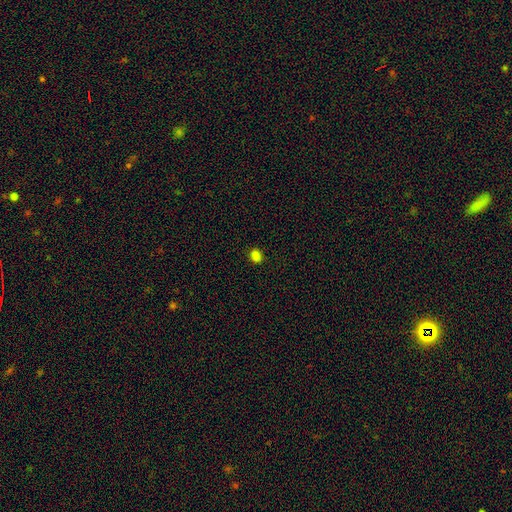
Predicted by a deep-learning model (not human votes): Morphology: type=smooth (83%); roundness=in between (54%); merging=none (89%).